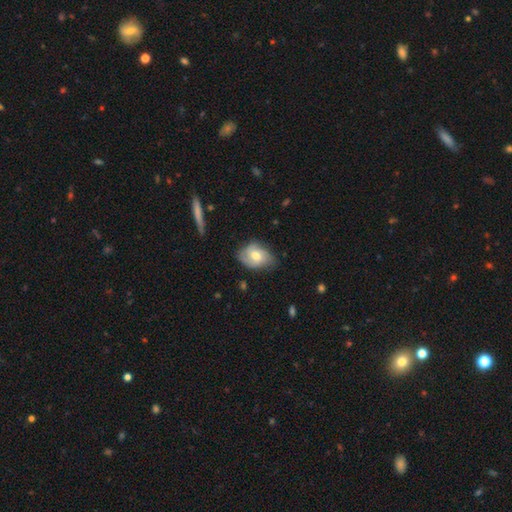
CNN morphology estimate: Smooth or featured? Predicted: smooth (p=0.48). Merging? Predicted: none (p=0.61).